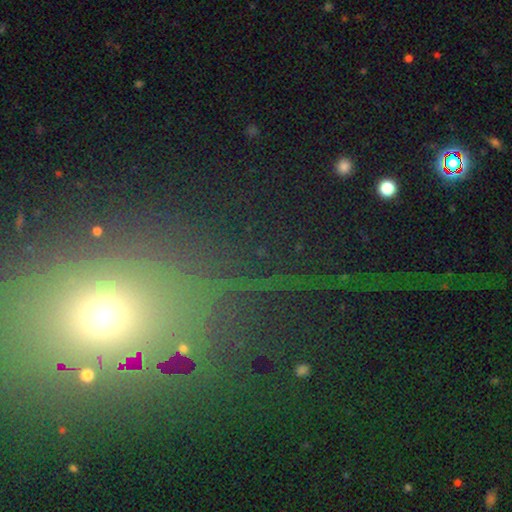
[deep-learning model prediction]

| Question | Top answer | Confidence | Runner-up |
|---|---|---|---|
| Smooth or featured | star or artifact | 51% | smooth (31%) |